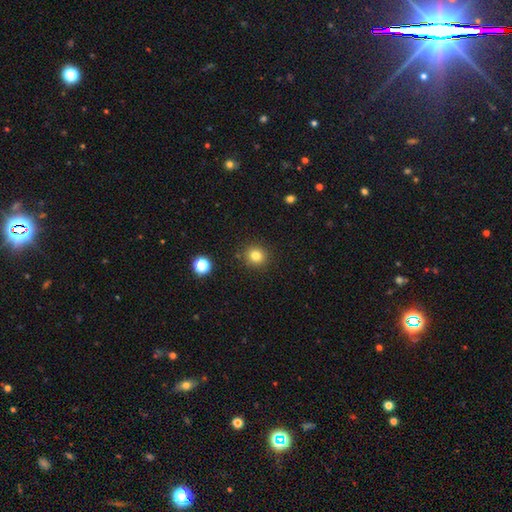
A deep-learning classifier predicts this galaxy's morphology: This is clearly a smooth galaxy (80%). How rounded: clearly round (90%). Merging: clearly none (89%).